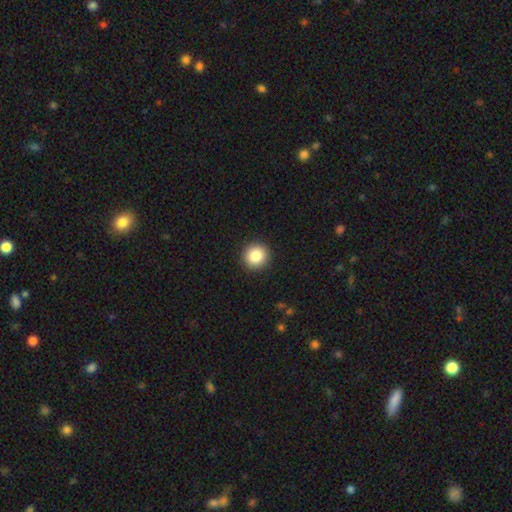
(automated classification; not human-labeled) smooth-or-featured: smooth: 86% | star or artifact: 9% | featured or disk: 5%
  how-rounded: round: 94% | in between: 5% | cigar-shaped: 1%
  merging: none: 93% | minor disturbance: 5% | major disturbance: 2% | merger: 1%